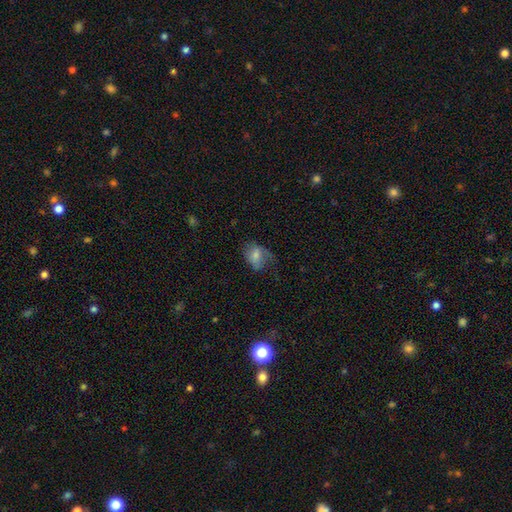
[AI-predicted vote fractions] The model was most divided on "merging": none: 44%, minor disturbance: 30%, major disturbance: 24%, merger: 2%. More confident: how rounded — in between (75%); smooth or featured — smooth (64%).